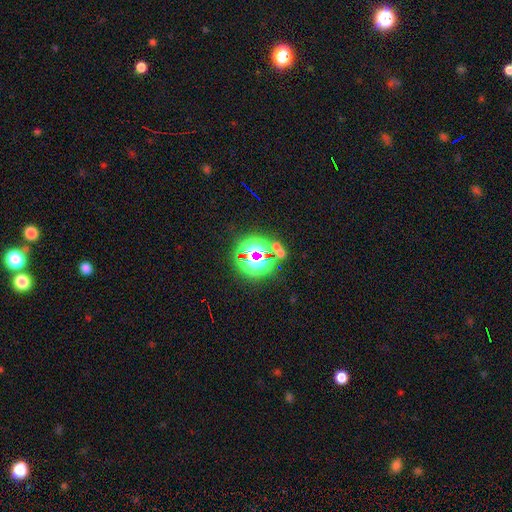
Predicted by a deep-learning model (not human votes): star or artifact 68%, smooth 20%, featured or disk 12%.